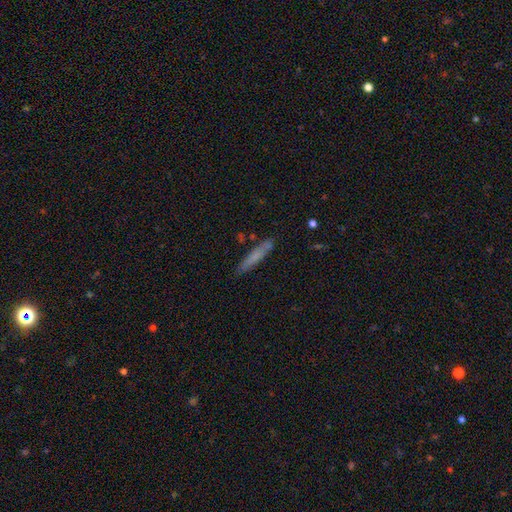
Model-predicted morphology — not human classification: smooth-or-featured: smooth: 63% | featured or disk: 29% | star or artifact: 7%
  how-rounded: cigar-shaped: 93% | in between: 5% | round: 1%
  merging: none: 85% | minor disturbance: 11% | merger: 2% | major disturbance: 2%